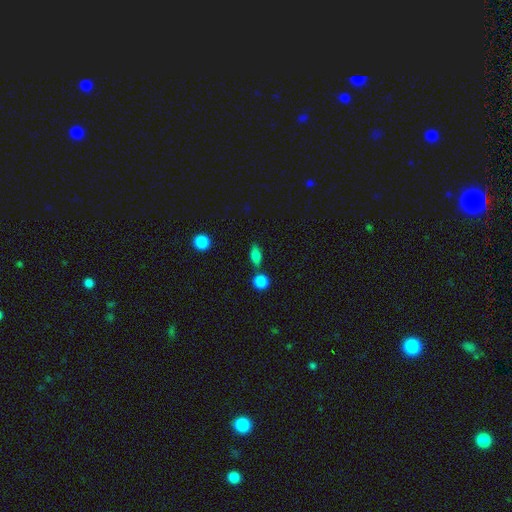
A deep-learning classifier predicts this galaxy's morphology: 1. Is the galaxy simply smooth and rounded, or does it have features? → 79% smooth, 11% featured or disk, 10% star or artifact.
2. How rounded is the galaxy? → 75% in between, 13% cigar-shaped, 12% round.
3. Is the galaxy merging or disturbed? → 66% none, 16% merger, 13% minor disturbance, 4% major disturbance.